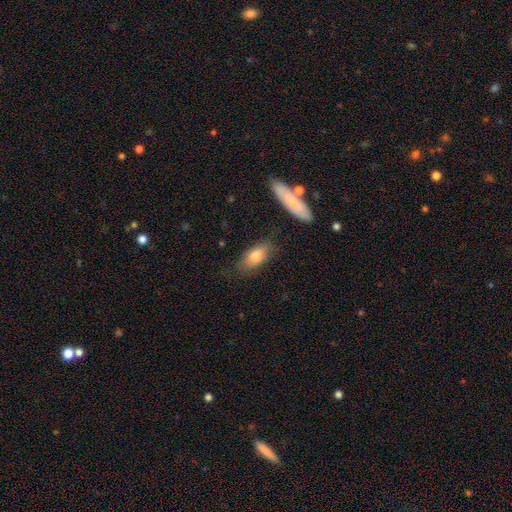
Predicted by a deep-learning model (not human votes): A smooth galaxy with no disk features (78%) that is in between round and cigar-shaped (85%). Merging: none (72%).